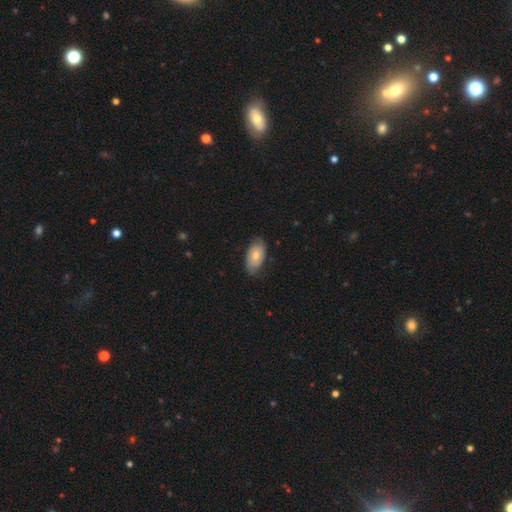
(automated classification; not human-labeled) Q: Smooth or featured?
A: smooth (53%); runner-up: featured or disk (40%)
Q: How rounded?
A: in between (93%); runner-up: round (5%)
Q: Merging?
A: none (72%); runner-up: minor disturbance (22%)